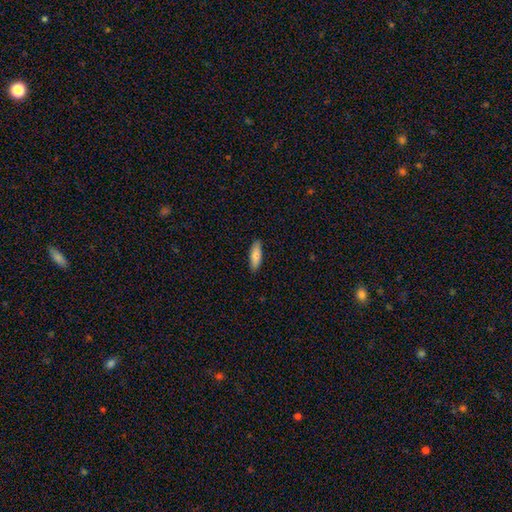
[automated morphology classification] smooth 77%, featured or disk 17%, star or artifact 6%. Down the decision tree: how rounded — in between (59%); merging — none (88%).